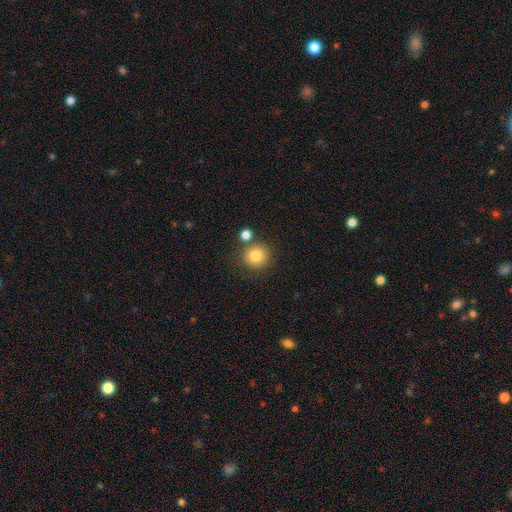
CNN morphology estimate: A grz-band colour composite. It shows a smooth galaxy with no disk features (82%) that is round (90%). Merging: none (74%).